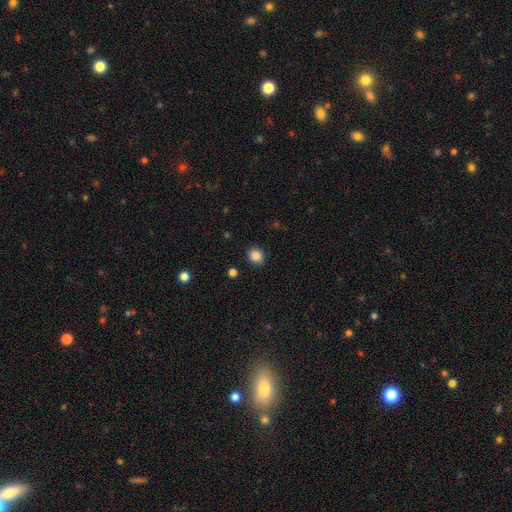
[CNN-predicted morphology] Smooth or featured?
  - smooth: 86% *
  - star or artifact: 11%
  - featured or disk: 4%
How rounded?
  - round: 77% *
  - in between: 22%
  - cigar-shaped: 1%
Merging?
  - none: 90% *
  - minor disturbance: 7%
  - major disturbance: 2%
  - merger: 1%